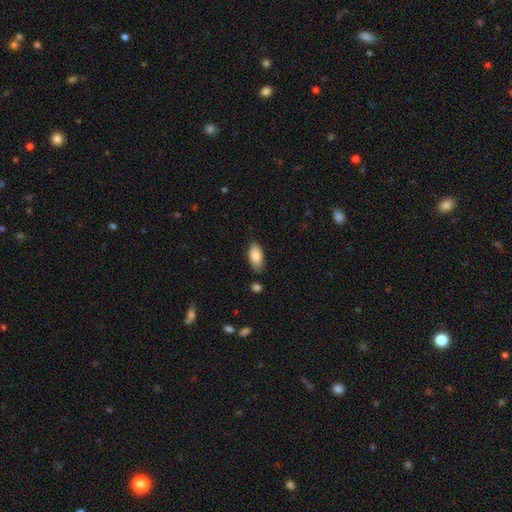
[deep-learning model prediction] This appears to be a smooth galaxy with no disk features (84%) that is in between round and cigar-shaped (92%). Merging: none (80%).